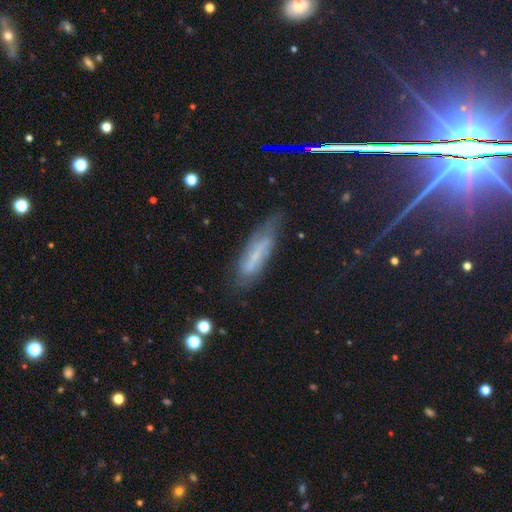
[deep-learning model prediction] This is marginally a featured or disk galaxy (43%). Merging: possibly none (58%).